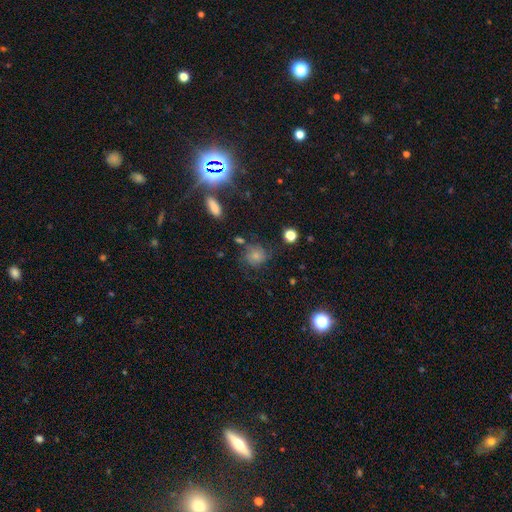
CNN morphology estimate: A smooth galaxy with no disk features (62%) that is round (78%).

Vote fractions:
- Smooth or featured? smooth: 62% / featured or disk: 23% / star or artifact: 15%
- How rounded? round: 78% / in between: 21% / cigar-shaped: 1%
- Merging? none: 62% / minor disturbance: 21% / major disturbance: 12% / merger: 5%